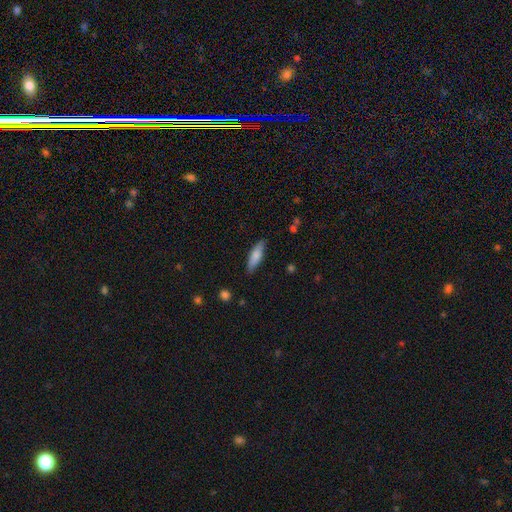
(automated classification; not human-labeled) The model was most divided on "how rounded": cigar-shaped: 60%, in between: 39%, round: 2%. More confident: merging — none (84%); smooth or featured — smooth (77%).